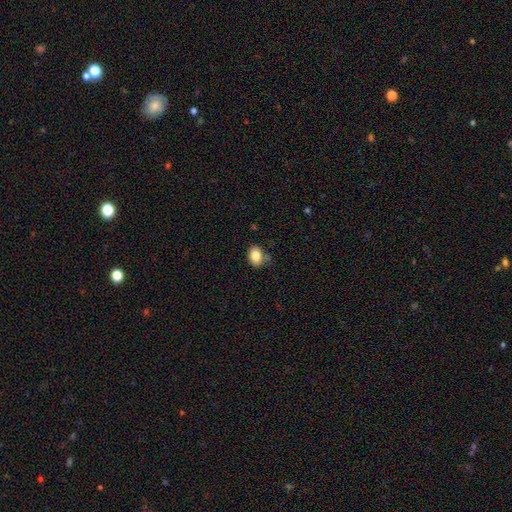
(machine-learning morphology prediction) This is clearly a smooth galaxy (84%). How rounded: likely in between (72%). Merging: likely none (72%).